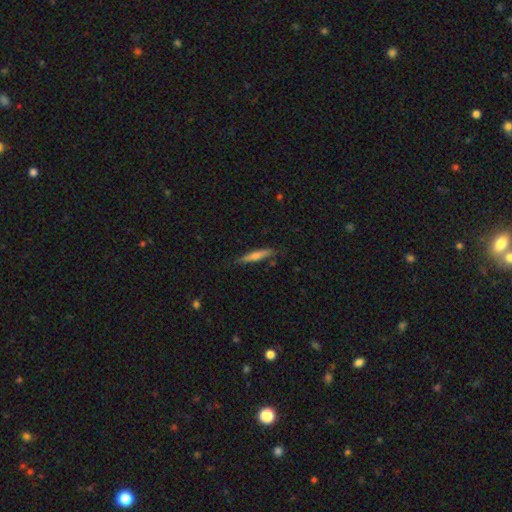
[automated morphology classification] type=featured or disk (50%); edge-on=yes (95%); merging=none (85%).